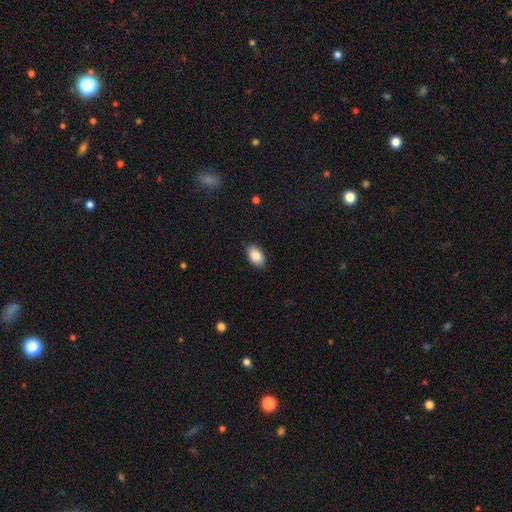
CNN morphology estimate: Overall: smooth (87%). How rounded: in between (92%). Merging: none (87%).